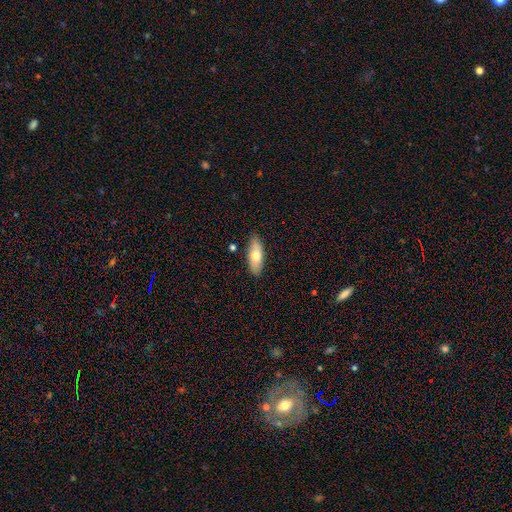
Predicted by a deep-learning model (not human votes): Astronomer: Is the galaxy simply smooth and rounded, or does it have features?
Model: smooth — 66%.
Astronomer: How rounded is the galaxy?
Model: in between — 75%.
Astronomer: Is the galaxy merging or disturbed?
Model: none — 86%.